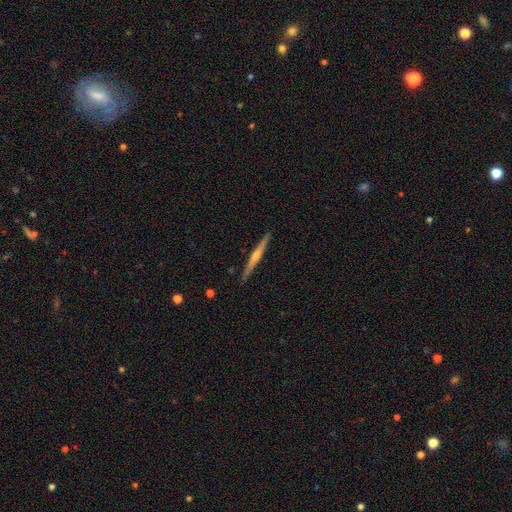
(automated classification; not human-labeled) Smooth or featured: featured or disk — 74% (smooth — 21%)
Edge-on disk: yes — 98% (no — 2%)
Edge-on bulge: rounded — 72% (none — 20%)
Merging: none — 92% (minor disturbance — 6%)